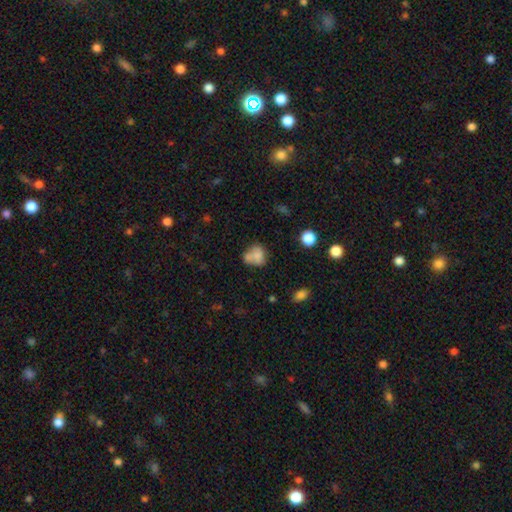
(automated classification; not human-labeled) Smooth or featured: smooth — 73% (featured or disk — 16%)
How rounded: round — 52% (in between — 47%)
Merging: none — 39% (merger — 27%)